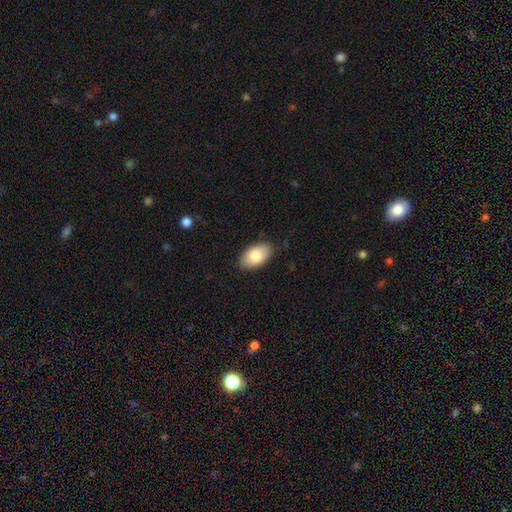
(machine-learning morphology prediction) Smooth or featured: smooth — 83% (featured or disk — 11%)
How rounded: in between — 95% (round — 4%)
Merging: none — 85% (minor disturbance — 12%)